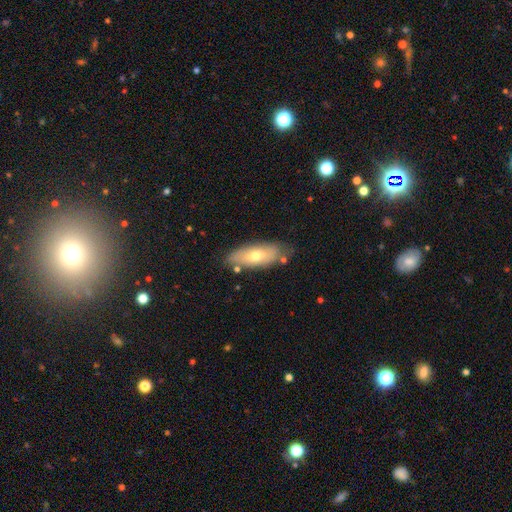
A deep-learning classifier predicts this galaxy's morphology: Q: Smooth or featured?
A: smooth (62%); runner-up: featured or disk (31%)
Q: How rounded?
A: in between (76%); runner-up: cigar-shaped (21%)
Q: Merging?
A: none (76%); runner-up: minor disturbance (16%)